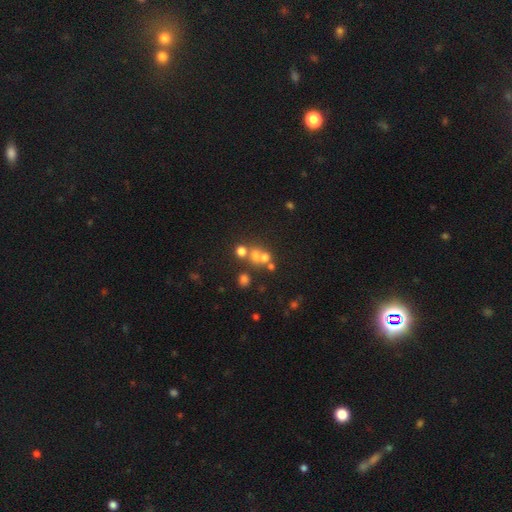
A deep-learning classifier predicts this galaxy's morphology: Smooth or featured: smooth — 56% (star or artifact — 24%)
How rounded: round — 81% (in between — 18%)
Merging: merger — 45% (none — 42%)